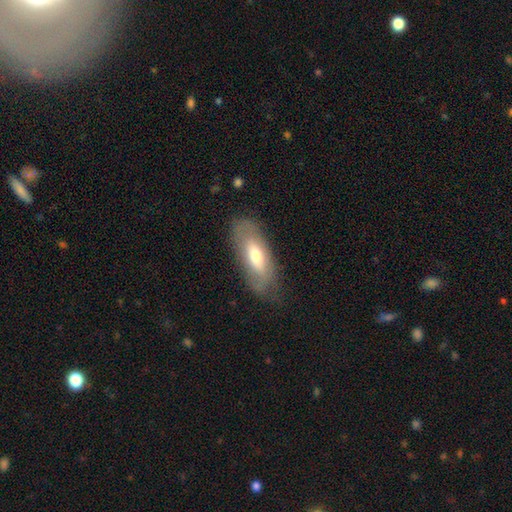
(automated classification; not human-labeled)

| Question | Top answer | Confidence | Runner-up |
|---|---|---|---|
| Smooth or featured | smooth | 60% | featured or disk (34%) |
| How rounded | in between | 75% | cigar-shaped (22%) |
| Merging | none | 74% | minor disturbance (19%) |